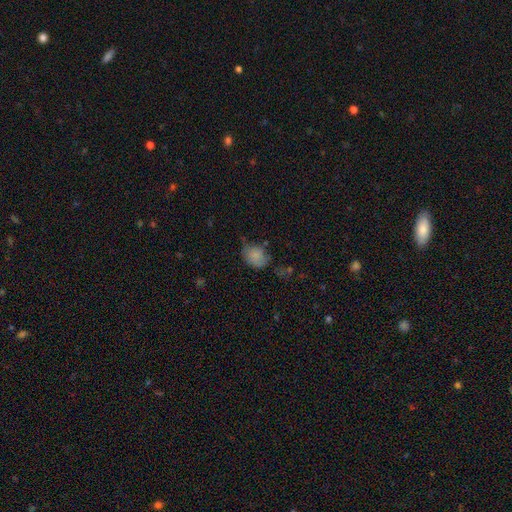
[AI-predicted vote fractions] smooth-or-featured: smooth: 82% | star or artifact: 10% | featured or disk: 8%
  how-rounded: in between: 62% | round: 37% | cigar-shaped: 1%
  merging: none: 55% | minor disturbance: 31% | major disturbance: 9% | merger: 5%